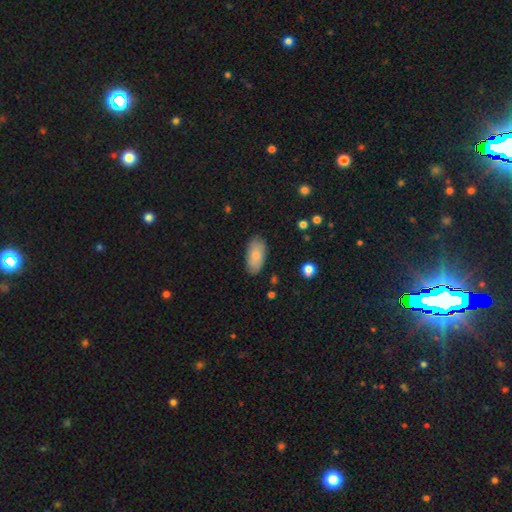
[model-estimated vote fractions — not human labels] Overall: smooth (80%). How rounded: in between (94%). Merging: none (83%).